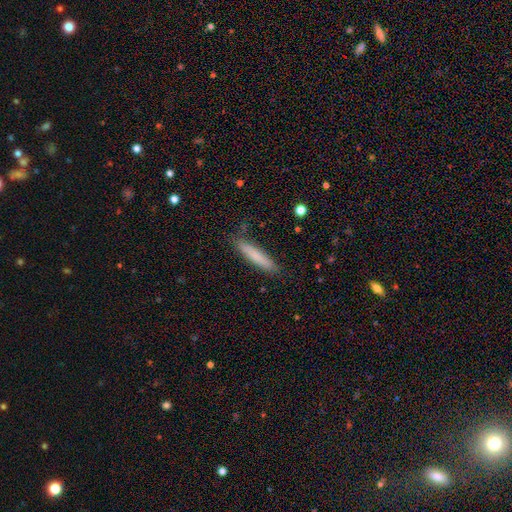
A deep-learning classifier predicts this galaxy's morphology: Smooth or featured? Predicted: smooth (p=0.78). How rounded? Predicted: cigar-shaped (p=0.91). Merging? Predicted: none (p=0.86).